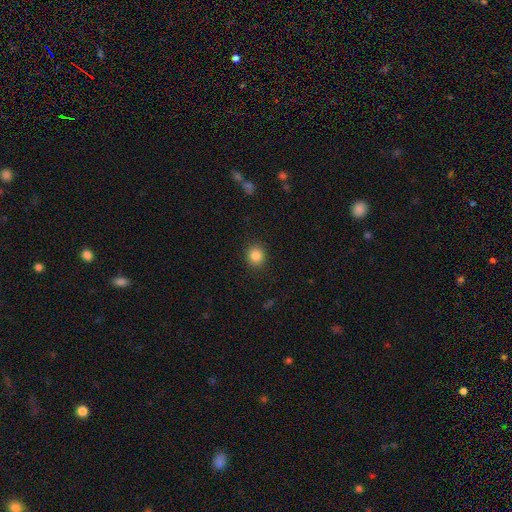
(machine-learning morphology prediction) This is clearly a smooth galaxy (85%). How rounded: clearly round (84%). Merging: clearly none (90%).